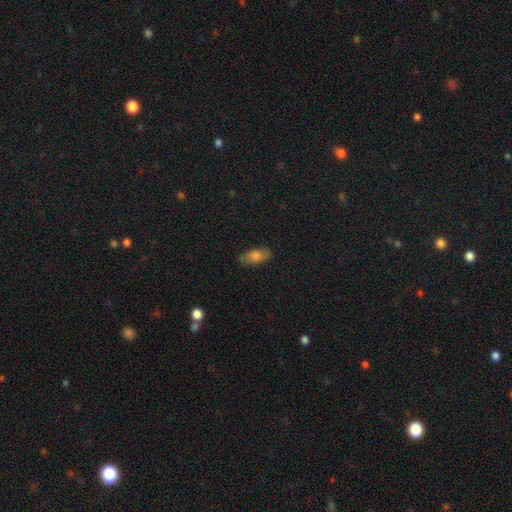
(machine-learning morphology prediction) This is likely a smooth galaxy (73%). How rounded: clearly in between (87%). Merging: clearly none (82%).